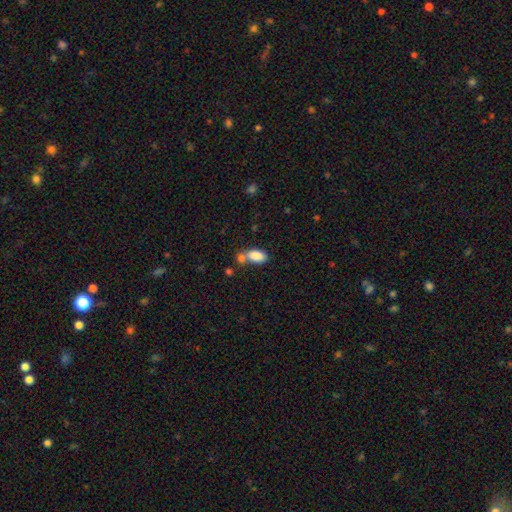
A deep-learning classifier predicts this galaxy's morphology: smooth-or-featured: smooth: 85% | star or artifact: 8% | featured or disk: 7%
  how-rounded: in between: 91% | round: 6% | cigar-shaped: 3%
  merging: merger: 42% | none: 40% | minor disturbance: 13% | major disturbance: 5%